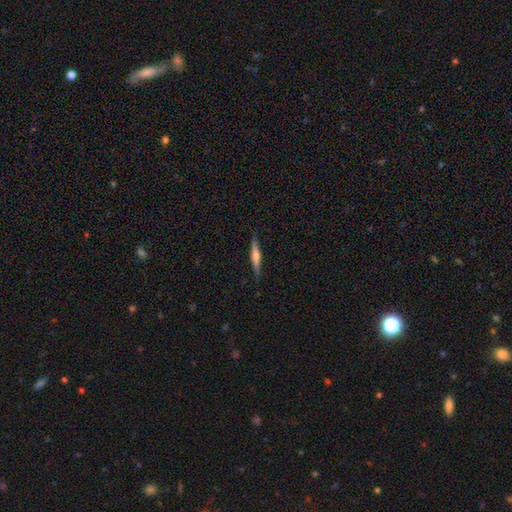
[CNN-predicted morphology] A featured or disk galaxy (55%) viewed edge-on (97%) with a rounded central bulge (76%). Merging: none (88%).